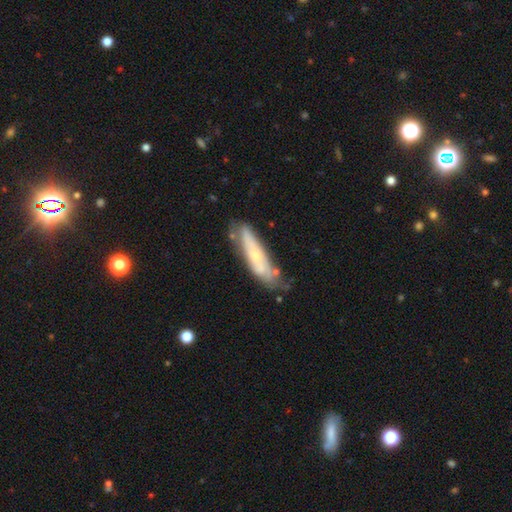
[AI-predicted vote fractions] smooth-or-featured: featured or disk: 50% | smooth: 44% | star or artifact: 6%
  disk-edge-on: no: 58% | yes: 42%
  merging: none: 55% | minor disturbance: 29% | major disturbance: 9% | merger: 7%